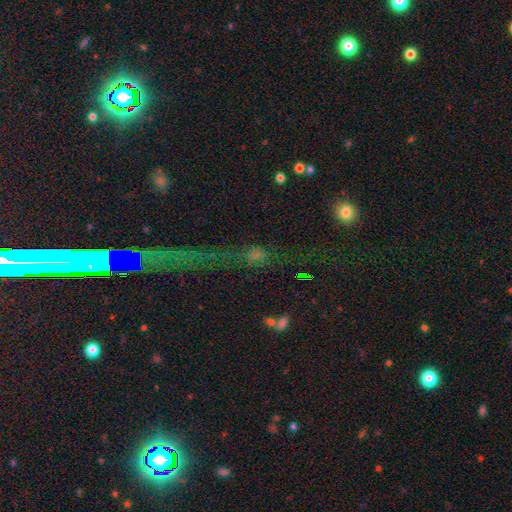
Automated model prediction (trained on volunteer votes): Smooth or featured?
  - star or artifact: 45% *
  - smooth: 39%
  - featured or disk: 17%